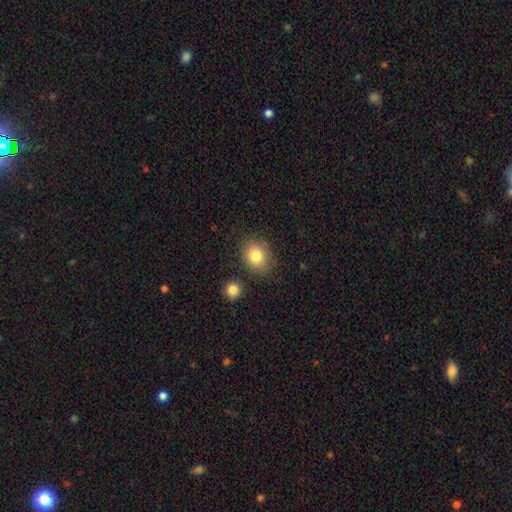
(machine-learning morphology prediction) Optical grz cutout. It shows a smooth galaxy with no disk features (82%) that is round (60%). Merging: none (79%).